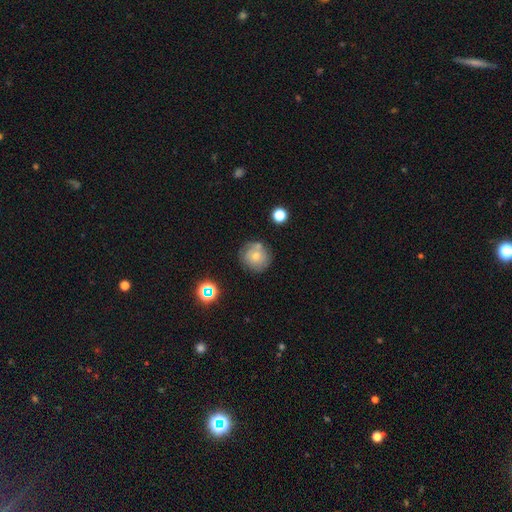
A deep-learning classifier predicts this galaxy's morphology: smooth-or-featured: smooth: 62% | featured or disk: 26% | star or artifact: 12%
  how-rounded: round: 91% | in between: 8% | cigar-shaped: 1%
  merging: none: 70% | minor disturbance: 16% | merger: 9% | major disturbance: 4%